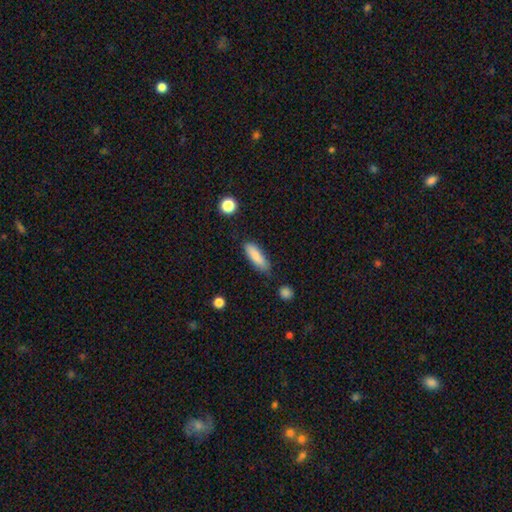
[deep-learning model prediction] This is clearly a smooth galaxy (85%). How rounded: possibly in between (51%). Merging: likely none (70%).